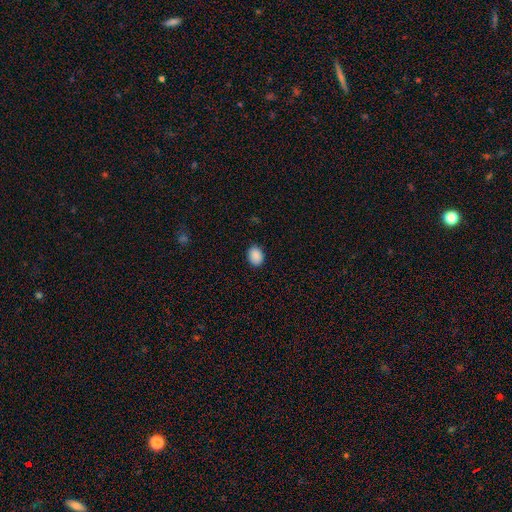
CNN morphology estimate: smooth_or_featured: smooth (p=0.90) [alt: star or artifact p=0.08]
how_rounded: in between (p=0.66) [alt: round p=0.33]
merging: none (p=0.88) [alt: minor disturbance p=0.09]